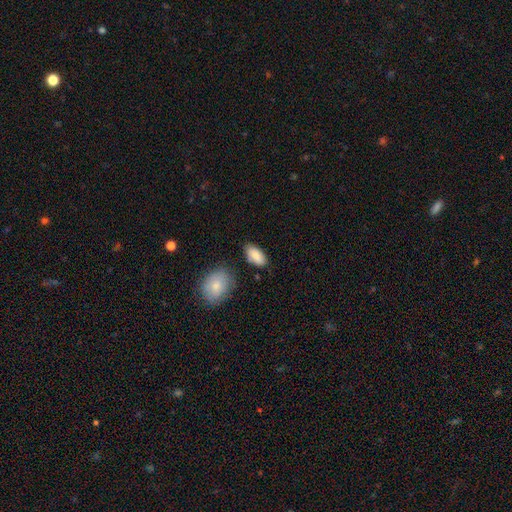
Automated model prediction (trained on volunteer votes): Q: Smooth or featured?
A: smooth (86%); runner-up: featured or disk (8%)
Q: How rounded?
A: in between (91%); runner-up: cigar-shaped (6%)
Q: Merging?
A: none (75%); runner-up: minor disturbance (16%)